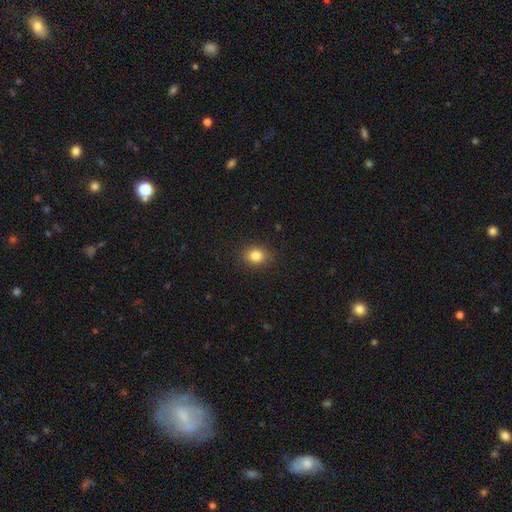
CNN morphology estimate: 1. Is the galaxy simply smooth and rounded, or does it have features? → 83% smooth, 11% star or artifact, 6% featured or disk.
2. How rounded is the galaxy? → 53% round, 46% in between, 1% cigar-shaped.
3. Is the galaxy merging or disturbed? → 88% none, 8% minor disturbance, 2% major disturbance, 1% merger.